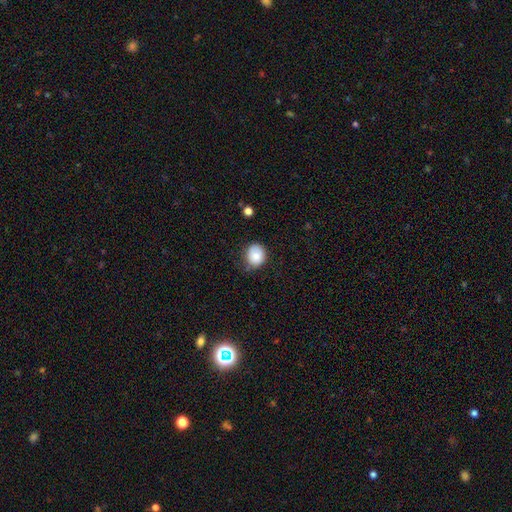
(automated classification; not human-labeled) Overall: smooth (80%). How rounded: round (67%; in between 32%). Merging: none (62%; minor disturbance 30%).